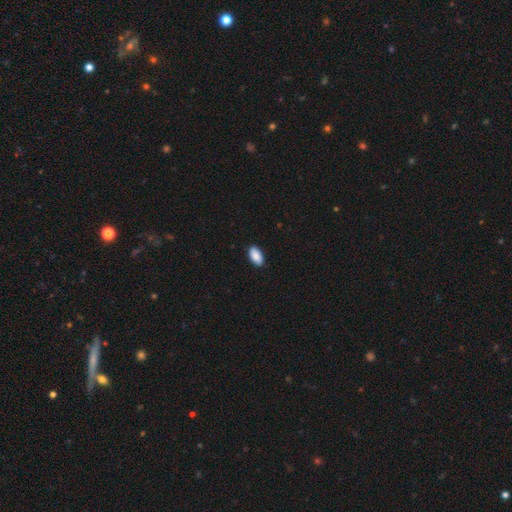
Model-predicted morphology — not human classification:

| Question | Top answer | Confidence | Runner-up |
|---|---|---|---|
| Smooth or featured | smooth | 89% | star or artifact (6%) |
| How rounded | in between | 94% | cigar-shaped (3%) |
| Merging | none | 89% | minor disturbance (8%) |